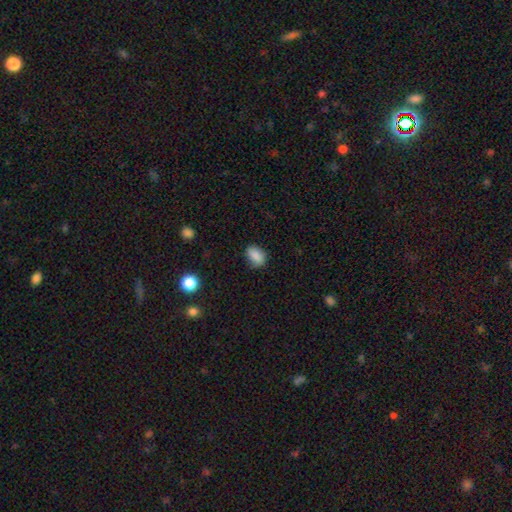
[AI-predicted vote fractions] This is clearly a smooth galaxy (85%). How rounded: likely in between (80%). Merging: likely none (72%).